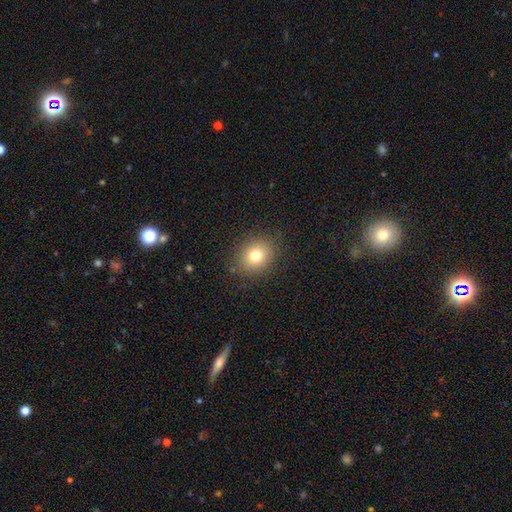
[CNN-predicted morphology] This is likely a smooth galaxy (77%). How rounded: likely round (62%). Merging: clearly none (87%).